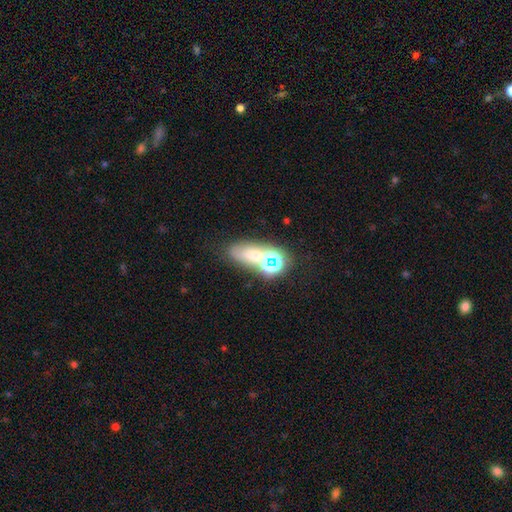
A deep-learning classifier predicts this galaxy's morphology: This appears to be a smooth galaxy with no disk features (47%). Merging: none (50%).